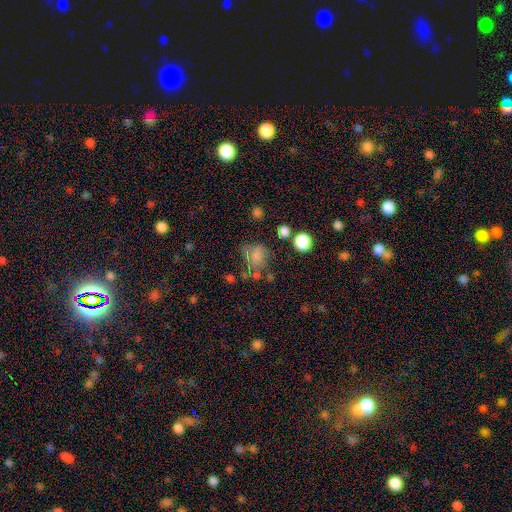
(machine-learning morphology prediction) Overall: smooth (66%). How rounded: round (67%; in between 32%). Merging: none (43%; minor disturbance 24%).